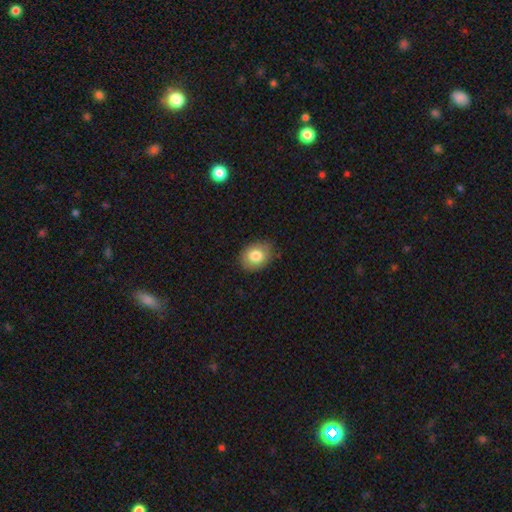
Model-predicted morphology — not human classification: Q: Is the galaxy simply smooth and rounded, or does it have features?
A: smooth — 81%.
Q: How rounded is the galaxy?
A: in between — 62%.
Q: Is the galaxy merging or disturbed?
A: none — 81%.